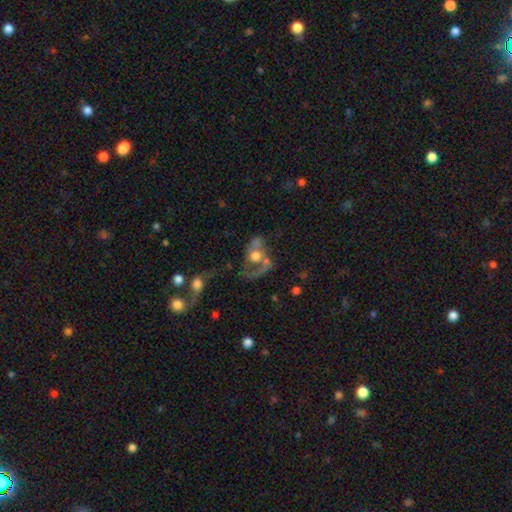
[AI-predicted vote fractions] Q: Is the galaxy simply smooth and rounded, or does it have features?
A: featured or disk — 59%.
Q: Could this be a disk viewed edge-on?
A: no — 95%.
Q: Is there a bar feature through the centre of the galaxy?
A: no — 82%.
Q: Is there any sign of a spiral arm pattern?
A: yes — 58%.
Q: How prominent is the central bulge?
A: moderate — 55%.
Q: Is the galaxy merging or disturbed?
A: major disturbance — 33%.